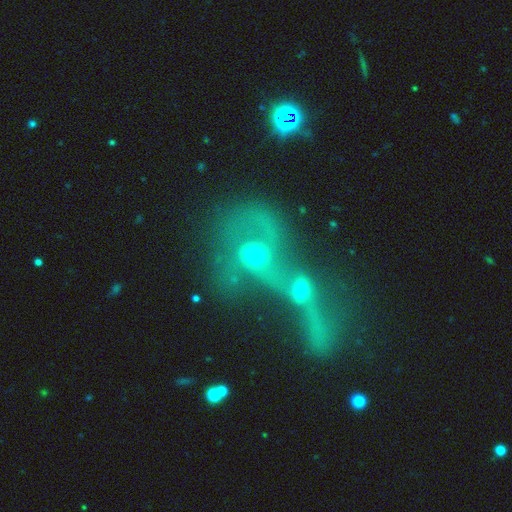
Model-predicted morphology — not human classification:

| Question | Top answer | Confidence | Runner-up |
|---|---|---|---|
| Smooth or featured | featured or disk | 56% | smooth (30%) |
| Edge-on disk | no | 96% | yes (4%) |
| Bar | no | 78% | weak (17%) |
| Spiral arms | yes | 62% | no (38%) |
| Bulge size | moderate | 53% | small (33%) |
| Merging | merger | 84% | major disturbance (8%) |